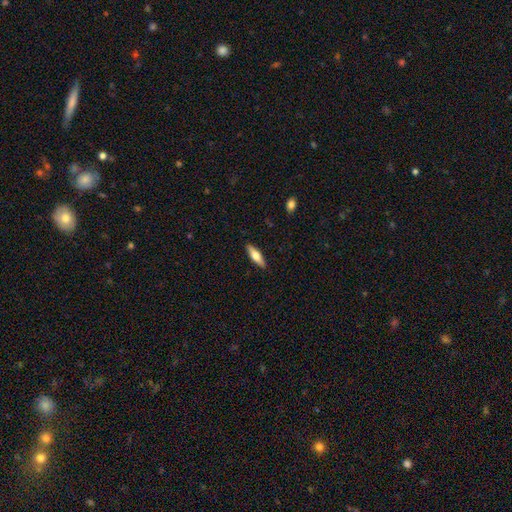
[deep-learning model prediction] smooth_or_featured: smooth (p=0.56) [alt: featured or disk p=0.38]
how_rounded: cigar-shaped (p=0.58) [alt: in between p=0.40]
merging: none (p=0.89) [alt: minor disturbance p=0.08]